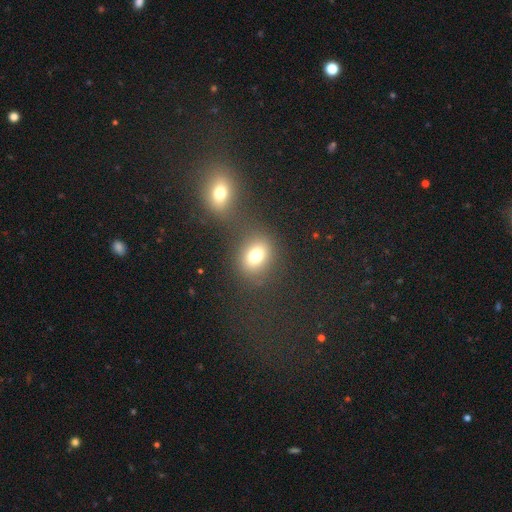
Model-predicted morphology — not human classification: Smooth or featured? smooth (74%)
How rounded? round (58%)
Merging? none (65%)